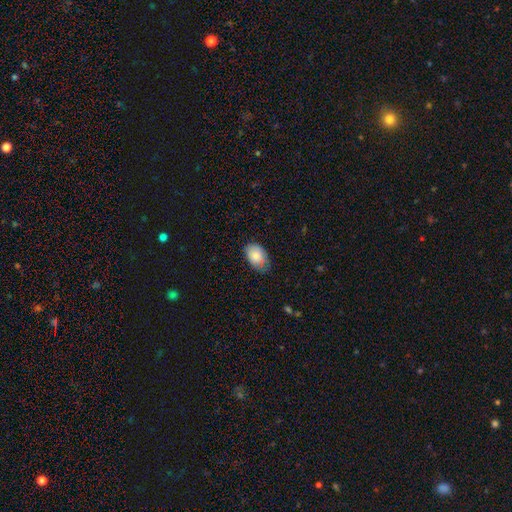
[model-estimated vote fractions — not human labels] Smooth or featured?
  - smooth: 81% *
  - featured or disk: 12%
  - star or artifact: 8%
How rounded?
  - in between: 86% *
  - round: 13%
  - cigar-shaped: 1%
Merging?
  - none: 62% *
  - minor disturbance: 30%
  - major disturbance: 6%
  - merger: 2%